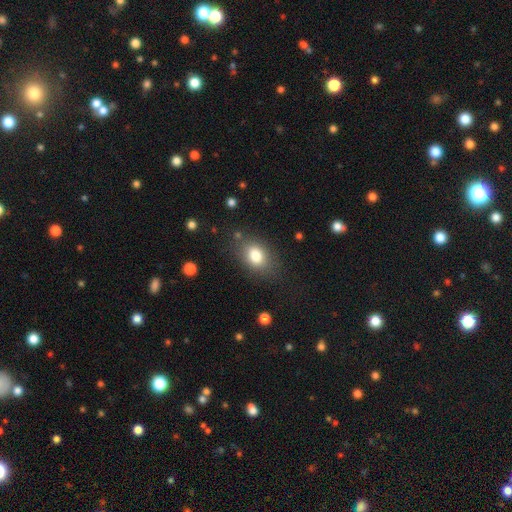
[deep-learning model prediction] smooth_or_featured: smooth (p=0.81) [alt: featured or disk p=0.10]
how_rounded: in between (p=0.74) [alt: round p=0.24]
merging: none (p=0.77) [alt: minor disturbance p=0.15]